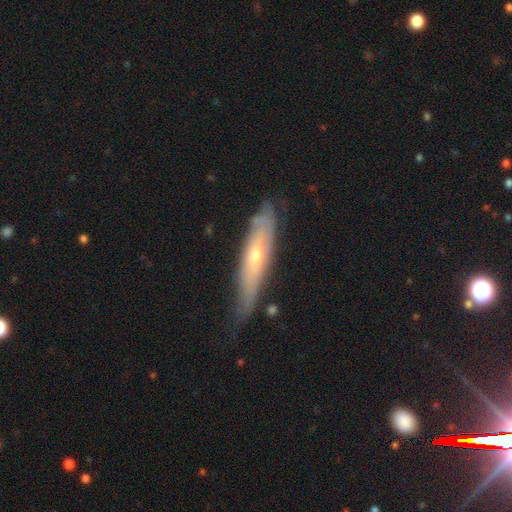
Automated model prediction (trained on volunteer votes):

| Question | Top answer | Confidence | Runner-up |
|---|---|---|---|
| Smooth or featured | featured or disk | 61% | smooth (32%) |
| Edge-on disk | yes | 59% | no (41%) |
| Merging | none | 67% | minor disturbance (26%) |